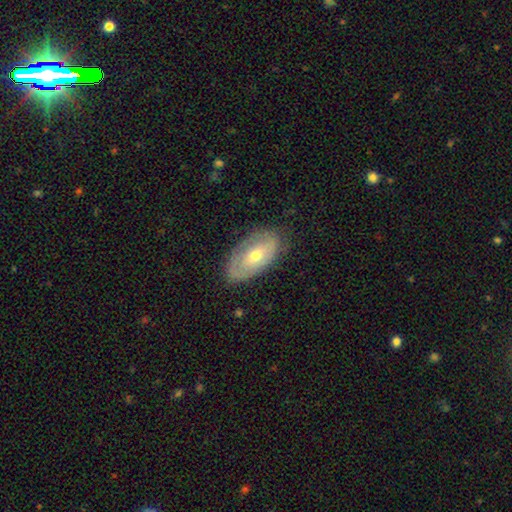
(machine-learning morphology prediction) Smooth or featured: featured or disk — 50% (smooth — 44%)
Merging: none — 76% (minor disturbance — 18%)